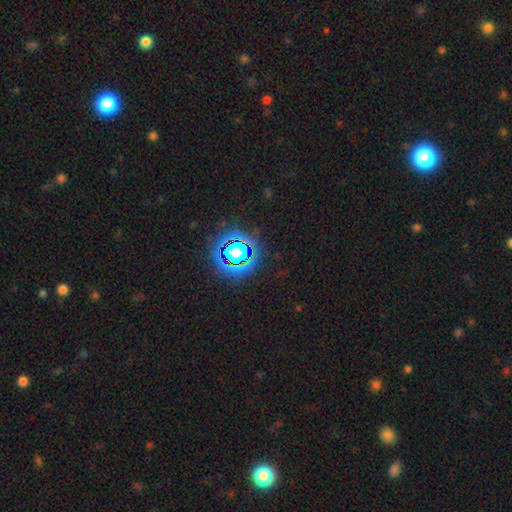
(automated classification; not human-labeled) This is likely a star or artifact rather than a galaxy (80%).